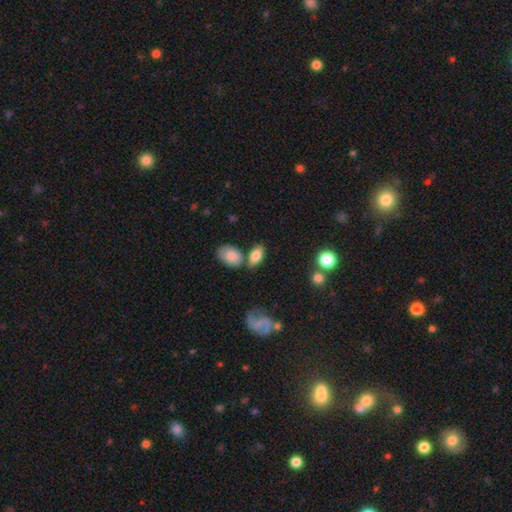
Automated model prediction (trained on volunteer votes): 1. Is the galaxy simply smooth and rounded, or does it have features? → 75% smooth, 17% featured or disk, 8% star or artifact.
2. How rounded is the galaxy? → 88% in between, 7% round, 6% cigar-shaped.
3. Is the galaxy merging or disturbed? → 64% none, 15% minor disturbance, 15% merger, 5% major disturbance.